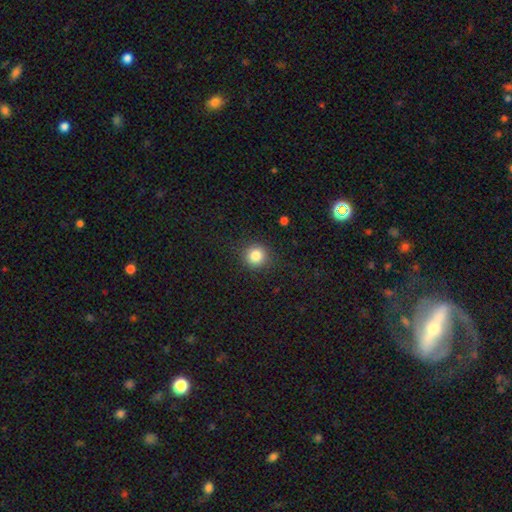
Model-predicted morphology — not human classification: A smooth galaxy with no disk features (84%) that is round (92%).

Vote fractions:
- Smooth or featured? smooth: 84% / star or artifact: 11% / featured or disk: 5%
- How rounded? round: 92% / in between: 7% / cigar-shaped: 1%
- Merging? none: 89% / minor disturbance: 7% / major disturbance: 3% / merger: 1%